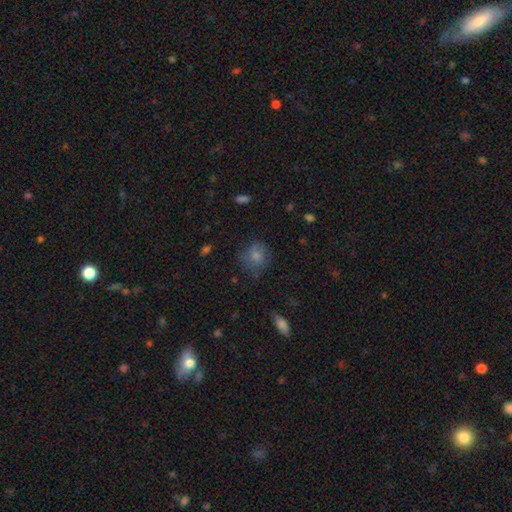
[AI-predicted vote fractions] Overall: smooth (75%). How rounded: round (77%). Merging: none (67%).